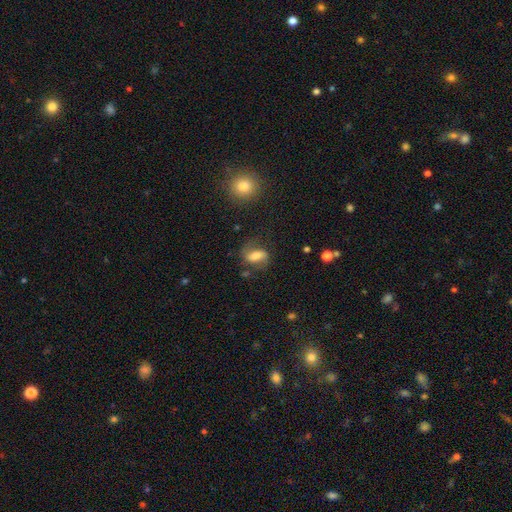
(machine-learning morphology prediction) Overall: featured or disk (48%; smooth 42%). Merging: none (65%).